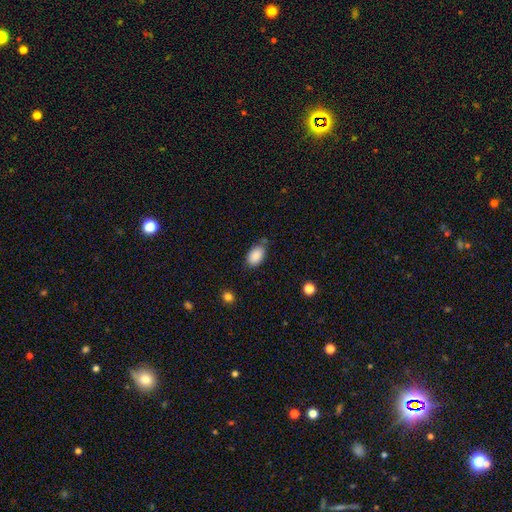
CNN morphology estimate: Overall: smooth (89%). How rounded: in between (92%). Merging: none (72%).